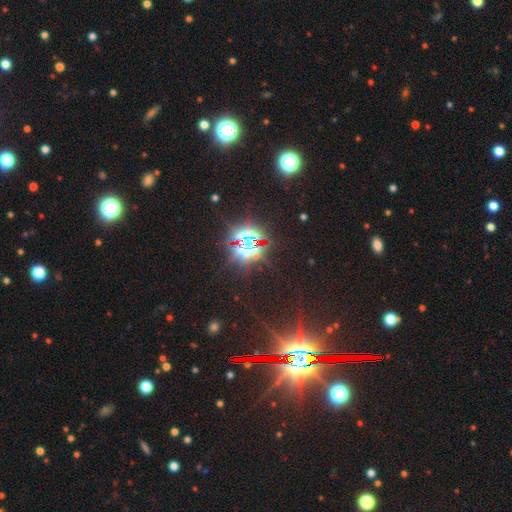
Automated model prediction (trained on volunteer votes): The model was most divided on "smooth or featured": star or artifact: 83%, smooth: 10%, featured or disk: 7%.